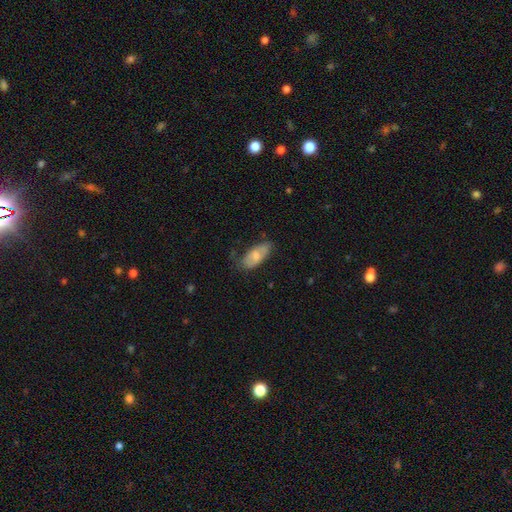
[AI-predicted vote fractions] Overall: smooth (69%). How rounded: in between (89%). Merging: none (61%; minor disturbance 30%).